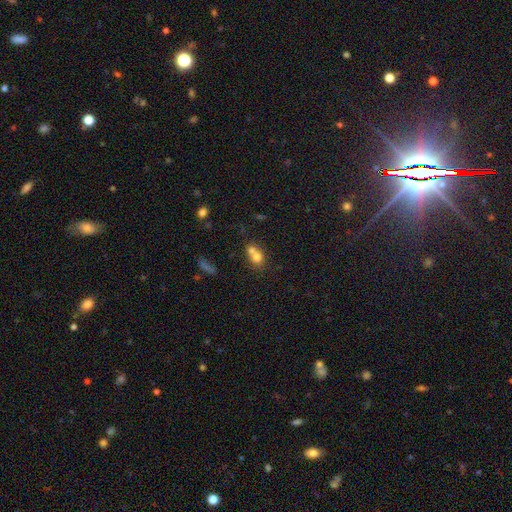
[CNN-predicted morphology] smooth_or_featured: smooth (p=0.72) [alt: featured or disk p=0.17]
how_rounded: round (p=0.67) [alt: in between p=0.32]
merging: merger (p=0.63) [alt: none p=0.27]